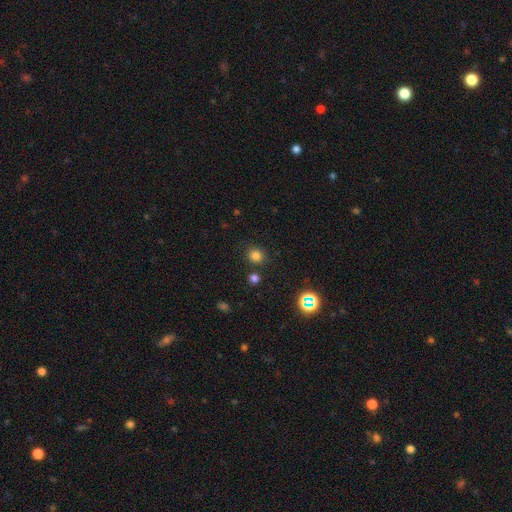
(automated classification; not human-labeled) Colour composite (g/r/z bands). It shows a smooth galaxy with no disk features (77%) that is round (87%). Merging: none (83%).